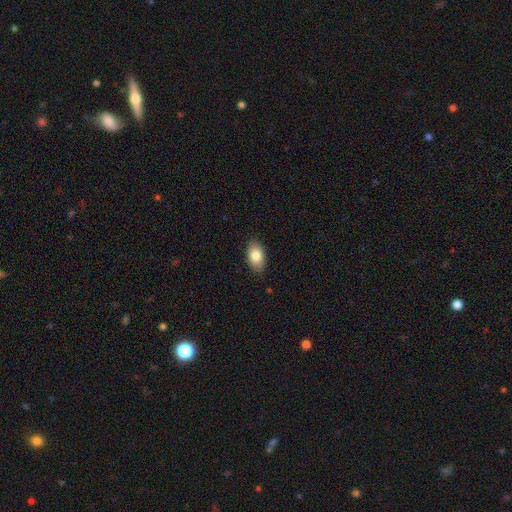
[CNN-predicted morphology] Smooth or featured: smooth — 82% (featured or disk — 11%)
How rounded: in between — 92% (round — 6%)
Merging: none — 87% (minor disturbance — 10%)